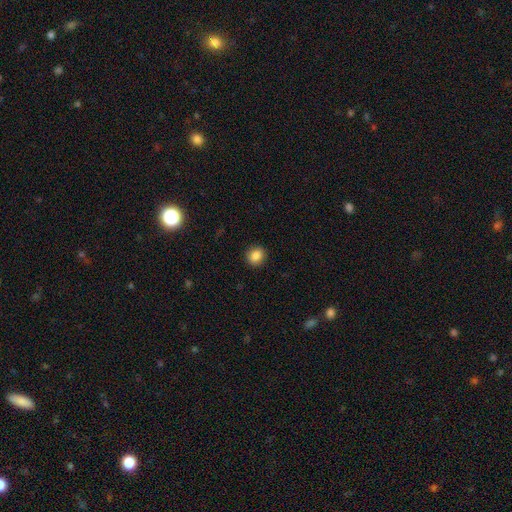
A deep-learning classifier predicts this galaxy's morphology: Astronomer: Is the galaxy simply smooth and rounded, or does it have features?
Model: smooth — 86%.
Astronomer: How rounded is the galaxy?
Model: round — 83%.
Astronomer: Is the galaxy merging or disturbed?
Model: none — 91%.